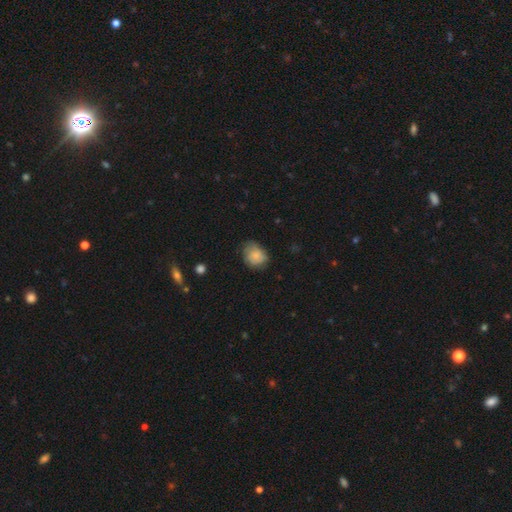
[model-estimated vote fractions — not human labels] The model was most divided on "how rounded": round: 51%, in between: 48%, cigar-shaped: 1%. More confident: smooth or featured — smooth (79%); merging — none (58%).